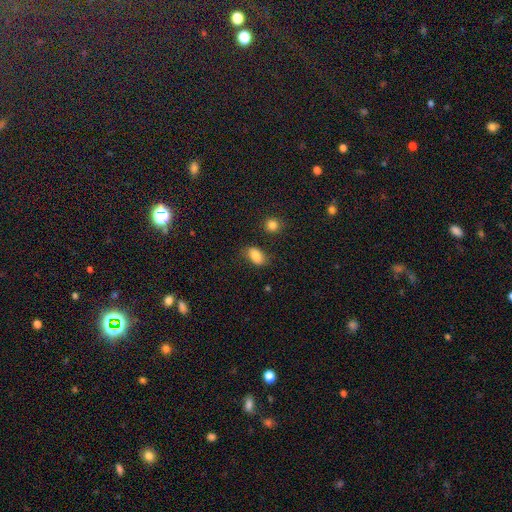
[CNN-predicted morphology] This is clearly a smooth galaxy (84%). How rounded: clearly in between (88%). Merging: likely none (75%).